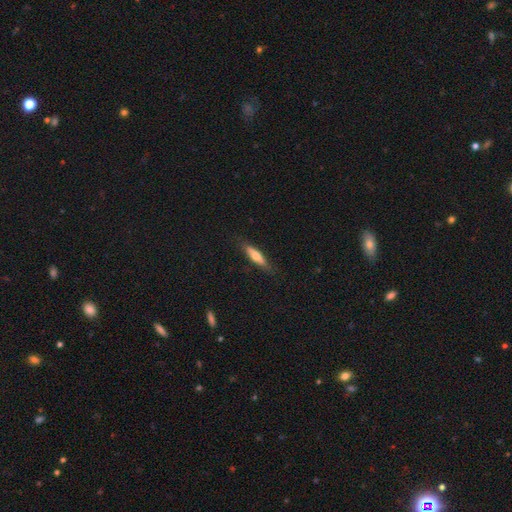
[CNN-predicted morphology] type=smooth (56%); roundness=cigar-shaped (71%); merging=none (81%).